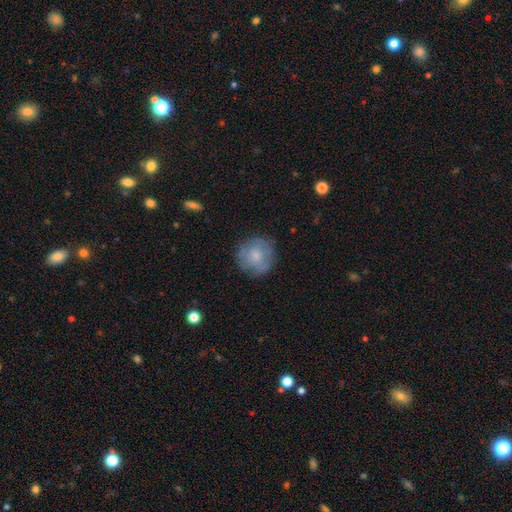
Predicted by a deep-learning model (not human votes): The model was most divided on "smooth or featured": smooth: 68%, featured or disk: 25%, star or artifact: 7%. More confident: how rounded — round (92%); merging — none (78%).